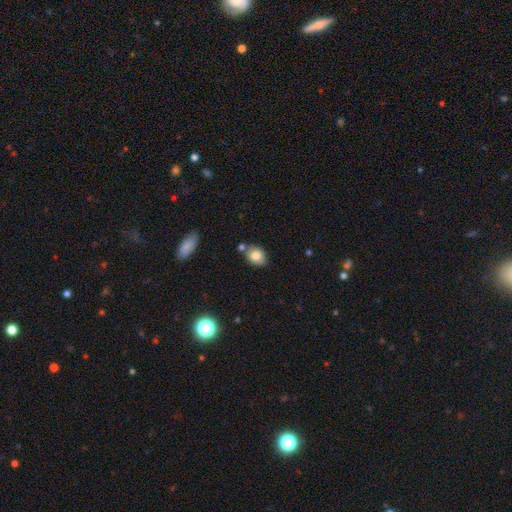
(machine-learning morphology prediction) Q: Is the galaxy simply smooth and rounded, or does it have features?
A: smooth — 80%.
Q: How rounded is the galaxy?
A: in between — 71%.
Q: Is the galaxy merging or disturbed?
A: none — 69%.